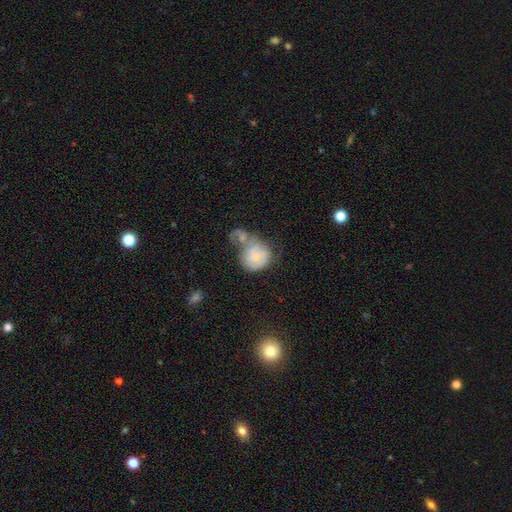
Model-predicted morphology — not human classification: Smooth or featured: smooth — 62% (featured or disk — 30%)
How rounded: round — 72% (in between — 27%)
Merging: merger — 58% (none — 17%)